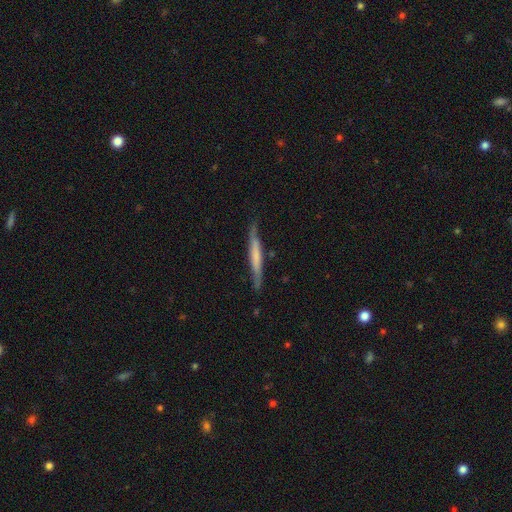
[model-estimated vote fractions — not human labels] This appears to be a featured or disk galaxy (51%) viewed edge-on (90%). Merging: none (76%).